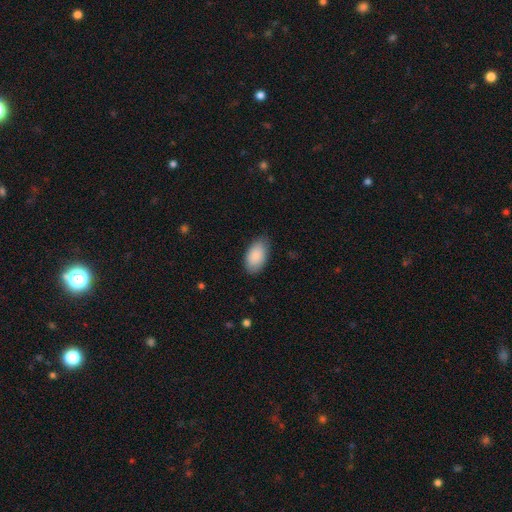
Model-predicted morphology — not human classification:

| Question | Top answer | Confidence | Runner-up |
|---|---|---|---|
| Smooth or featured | smooth | 89% | star or artifact (6%) |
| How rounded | in between | 95% | round (3%) |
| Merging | none | 78% | minor disturbance (18%) |